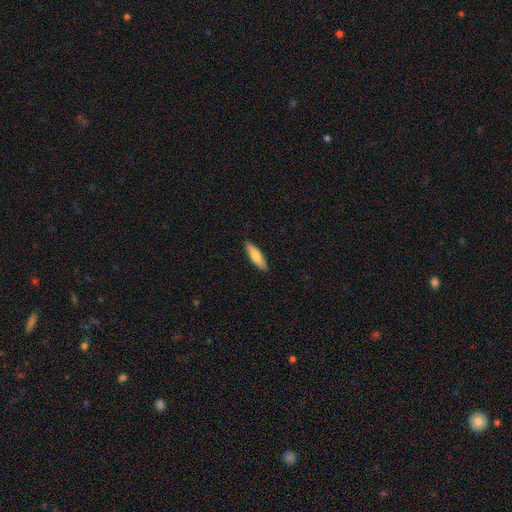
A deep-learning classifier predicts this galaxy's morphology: Smooth or featured? smooth (79%)
How rounded? cigar-shaped (59%)
Merging? none (89%)